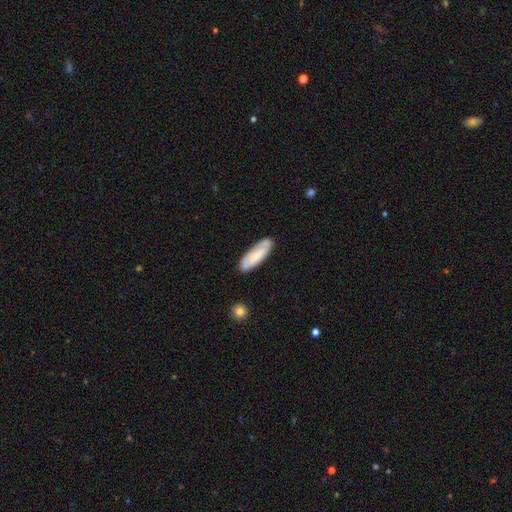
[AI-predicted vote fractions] smooth-or-featured: smooth: 60% | featured or disk: 35% | star or artifact: 6%
  how-rounded: in between: 51% | cigar-shaped: 47% | round: 2%
  merging: none: 82% | minor disturbance: 13% | major disturbance: 2% | merger: 2%